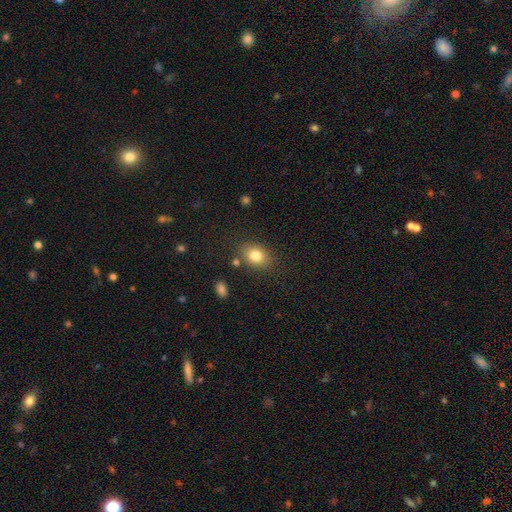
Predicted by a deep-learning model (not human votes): A smooth galaxy with no disk features (81%) that is in between round and cigar-shaped (67%).

Vote fractions:
- Smooth or featured? smooth: 81% / star or artifact: 10% / featured or disk: 9%
- How rounded? in between: 67% / round: 32% / cigar-shaped: 1%
- Merging? none: 80% / minor disturbance: 12% / merger: 4% / major disturbance: 4%